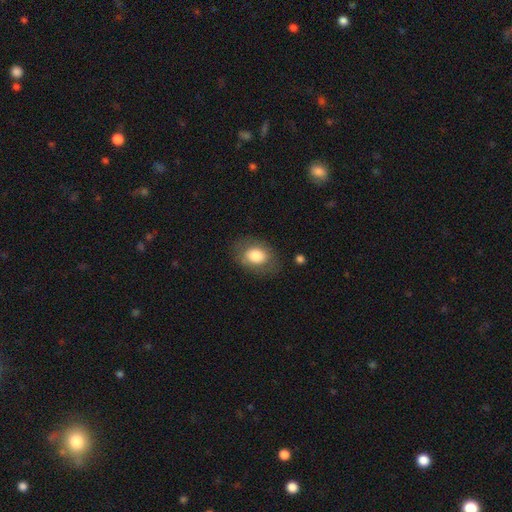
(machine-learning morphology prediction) Smooth or featured?
  - smooth: 77% *
  - featured or disk: 16%
  - star or artifact: 8%
How rounded?
  - in between: 75% *
  - round: 24%
  - cigar-shaped: 1%
Merging?
  - none: 76% *
  - minor disturbance: 15%
  - major disturbance: 7%
  - merger: 2%